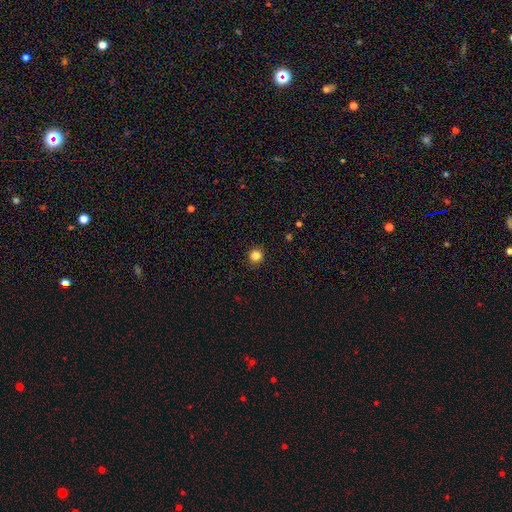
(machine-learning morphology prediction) Q: Smooth or featured?
A: smooth (83%); runner-up: star or artifact (13%)
Q: How rounded?
A: round (89%); runner-up: in between (10%)
Q: Merging?
A: none (89%); runner-up: minor disturbance (8%)